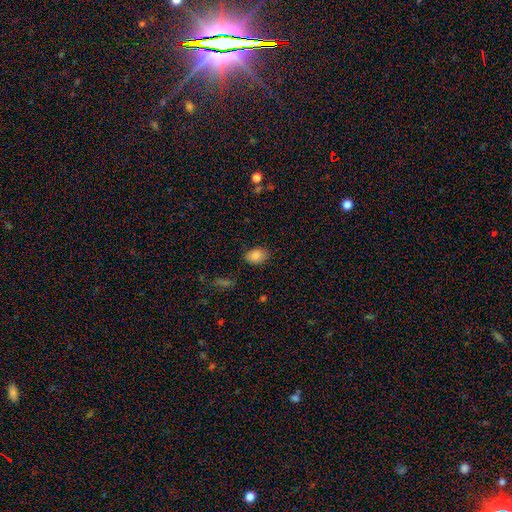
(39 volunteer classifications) Smooth or featured? 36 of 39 (92%) said smooth. How rounded? 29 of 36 (81%) said in between. Merging? 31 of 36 (86%) said none.